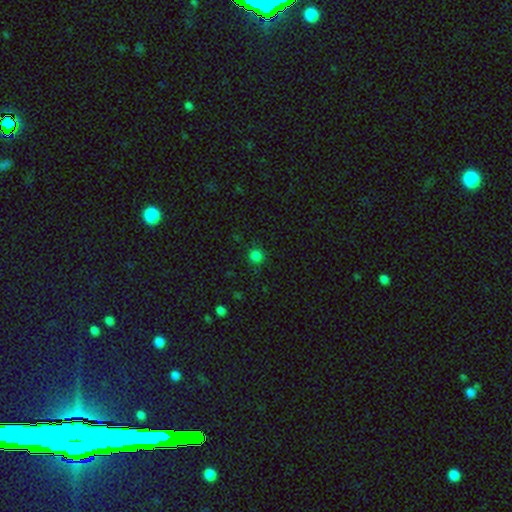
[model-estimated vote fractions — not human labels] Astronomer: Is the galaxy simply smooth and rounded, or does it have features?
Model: smooth — 82%.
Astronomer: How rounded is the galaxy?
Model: round — 94%.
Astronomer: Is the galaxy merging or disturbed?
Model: none — 88%.